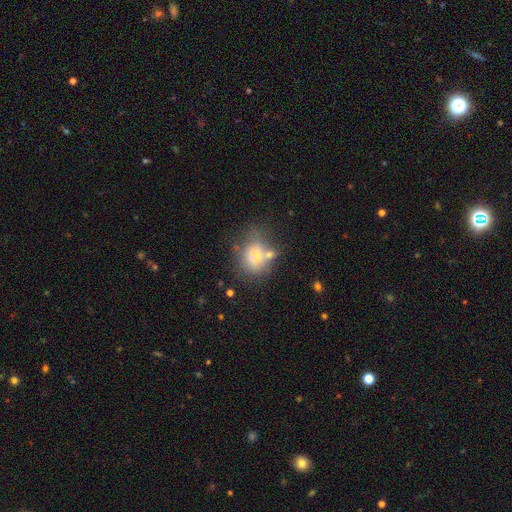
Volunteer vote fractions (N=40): This appears to be a smooth galaxy with no disk features (68%) that is in between round and cigar-shaped (52%). Merging: none (58%).